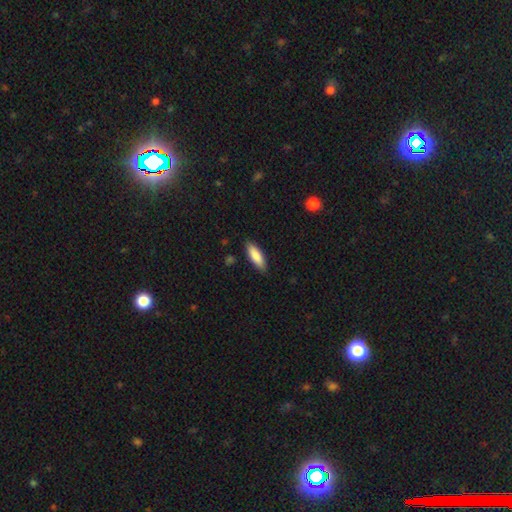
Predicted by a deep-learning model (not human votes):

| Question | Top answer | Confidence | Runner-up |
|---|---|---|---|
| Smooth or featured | smooth | 86% | featured or disk (8%) |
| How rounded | in between | 57% | cigar-shaped (42%) |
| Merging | none | 86% | minor disturbance (11%) |